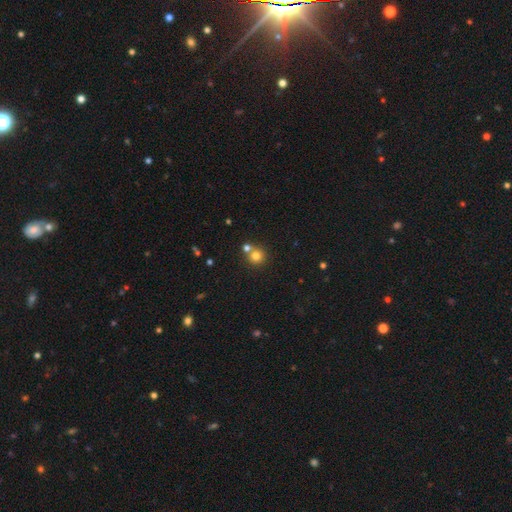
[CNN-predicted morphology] Smooth or featured: smooth — 77% (star or artifact — 14%)
How rounded: round — 91% (in between — 8%)
Merging: none — 62% (merger — 28%)